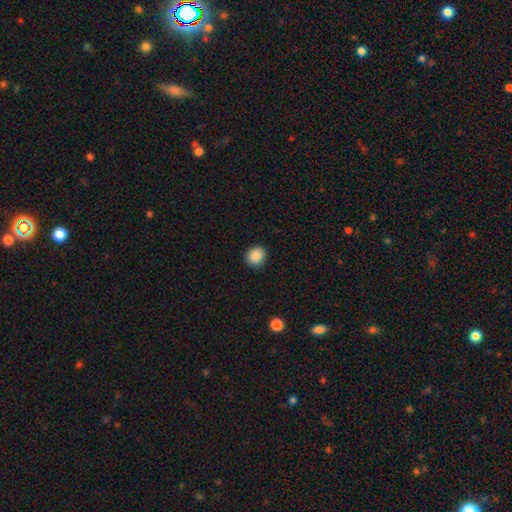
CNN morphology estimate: Smooth or featured: smooth — 88% (star or artifact — 8%)
How rounded: round — 85% (in between — 14%)
Merging: none — 91% (minor disturbance — 6%)